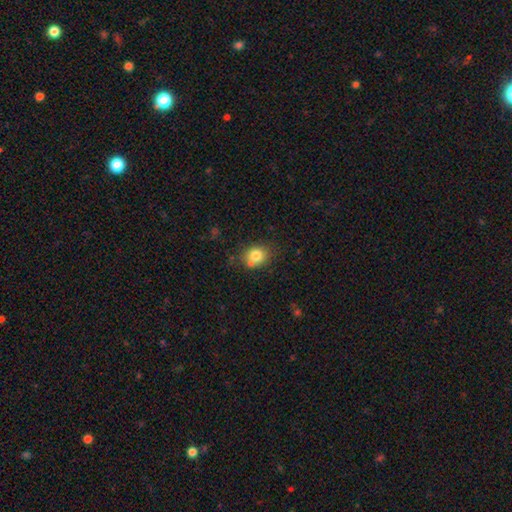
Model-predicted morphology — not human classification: The model was most divided on "how rounded": round: 60%, in between: 40%, cigar-shaped: 1%. More confident: smooth or featured — smooth (79%); merging — none (67%).